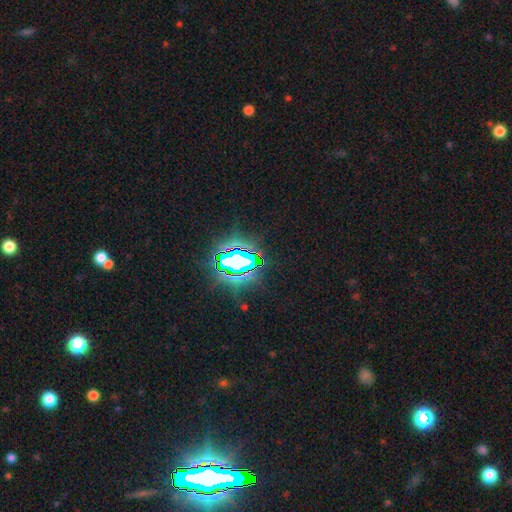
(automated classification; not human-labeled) The model was most divided on "smooth or featured": star or artifact: 79%, smooth: 11%, featured or disk: 10%.